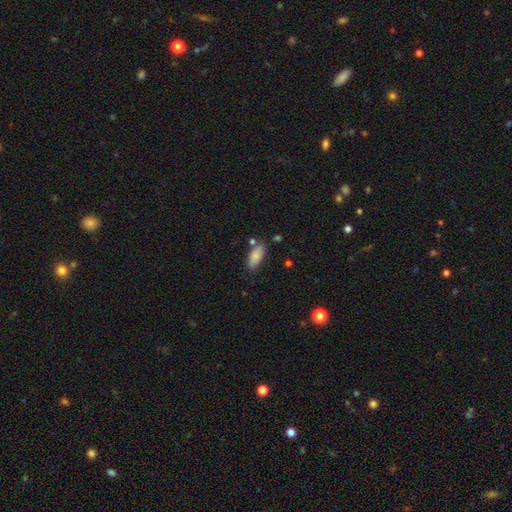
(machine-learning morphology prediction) Overall: smooth (84%). How rounded: in between (82%). Merging: none (75%).